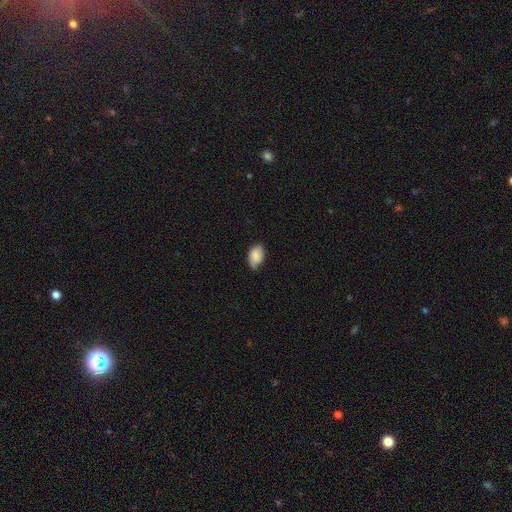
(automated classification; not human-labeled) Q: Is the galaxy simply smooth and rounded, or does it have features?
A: smooth — 82%.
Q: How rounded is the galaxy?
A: in between — 87%.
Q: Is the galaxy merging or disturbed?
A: none — 54%.